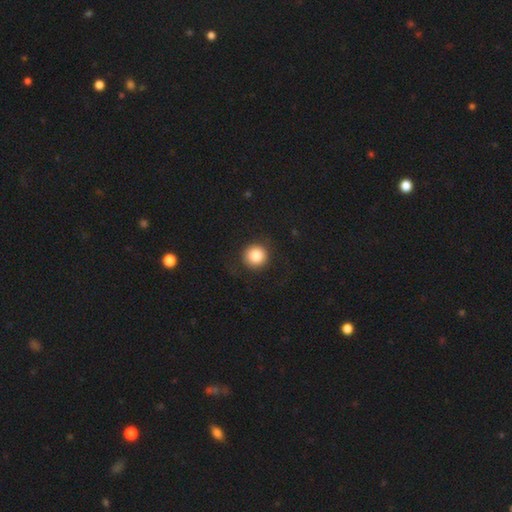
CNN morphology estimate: Smooth or featured?
  - smooth: 84% *
  - star or artifact: 9%
  - featured or disk: 6%
How rounded?
  - round: 95% *
  - in between: 4%
  - cigar-shaped: 1%
Merging?
  - none: 88% *
  - minor disturbance: 7%
  - major disturbance: 3%
  - merger: 1%